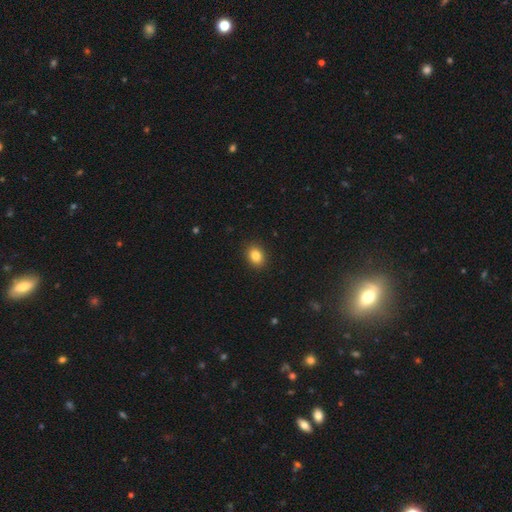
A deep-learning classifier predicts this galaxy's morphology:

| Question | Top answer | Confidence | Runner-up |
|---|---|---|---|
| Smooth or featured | smooth | 84% | star or artifact (10%) |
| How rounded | in between | 56% | round (43%) |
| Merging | none | 91% | minor disturbance (7%) |